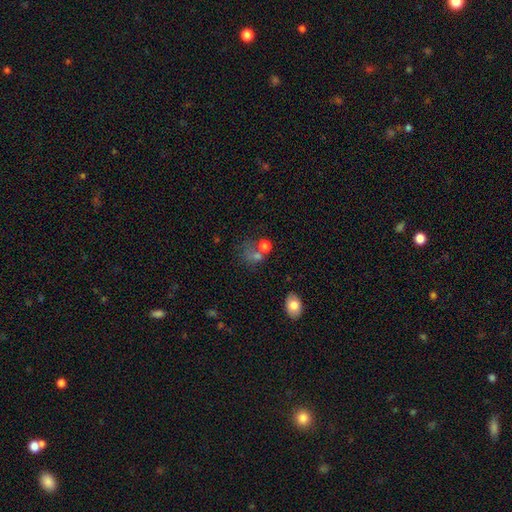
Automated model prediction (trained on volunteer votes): Overall: smooth (60%; star or artifact 24%). How rounded: round (66%; in between 33%). Merging: none (48%; merger 22%).